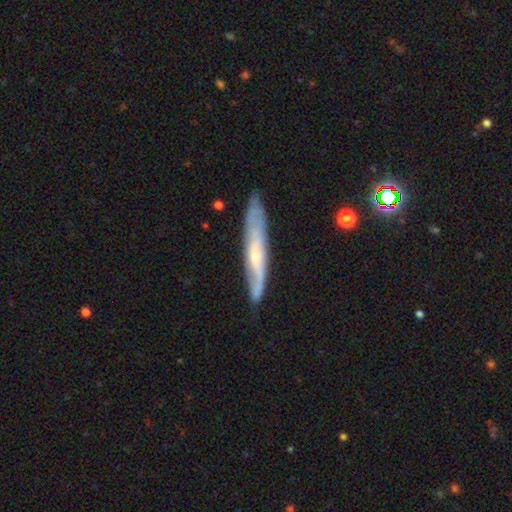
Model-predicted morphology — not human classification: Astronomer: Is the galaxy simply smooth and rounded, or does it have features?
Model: featured or disk — 66%.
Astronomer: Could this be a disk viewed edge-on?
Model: yes — 59% (runner-up: no, 41%).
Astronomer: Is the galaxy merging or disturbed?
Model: none — 76%.